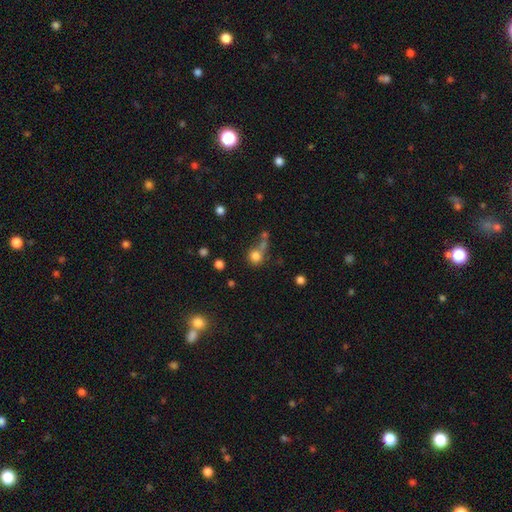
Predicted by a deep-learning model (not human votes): Smooth or featured? Predicted: smooth (p=0.78). How rounded? Predicted: round (p=0.86). Merging? Predicted: none (p=0.50).